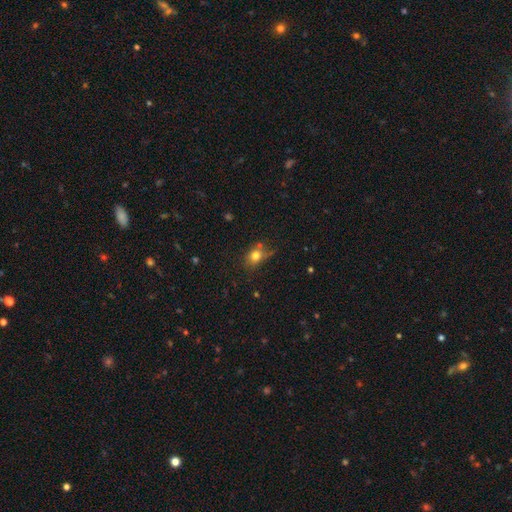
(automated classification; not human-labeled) Morphology: type=smooth (77%); roundness=round (57%); merging=none (59%).